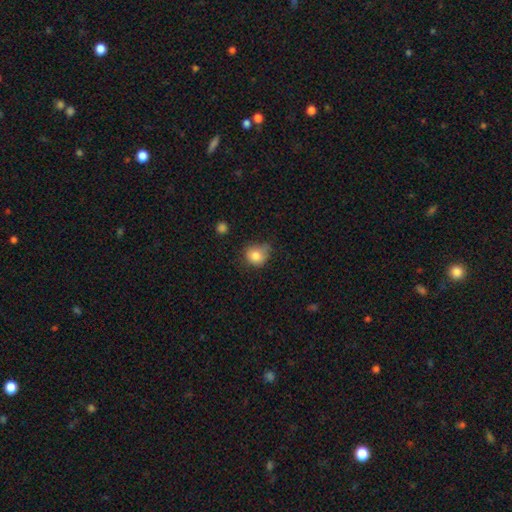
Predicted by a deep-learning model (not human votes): Smooth or featured? Predicted: smooth (p=0.82). How rounded? Predicted: round (p=0.73). Merging? Predicted: none (p=0.49).